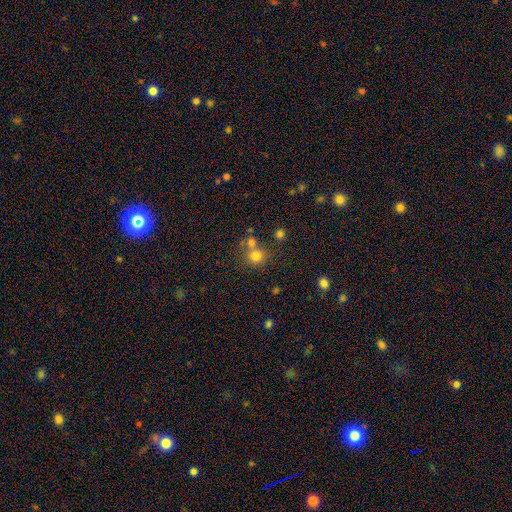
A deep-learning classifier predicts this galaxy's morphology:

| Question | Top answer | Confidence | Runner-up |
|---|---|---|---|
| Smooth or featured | smooth | 75% | star or artifact (15%) |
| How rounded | round | 85% | in between (14%) |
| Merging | none | 56% | merger (32%) |